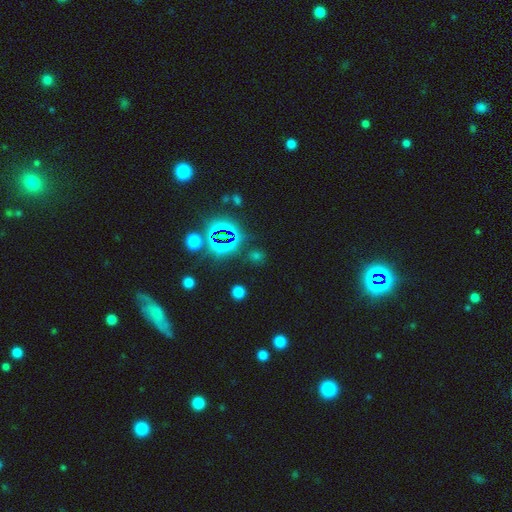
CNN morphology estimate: Smooth or featured?
  - star or artifact: 58% *
  - smooth: 34%
  - featured or disk: 8%